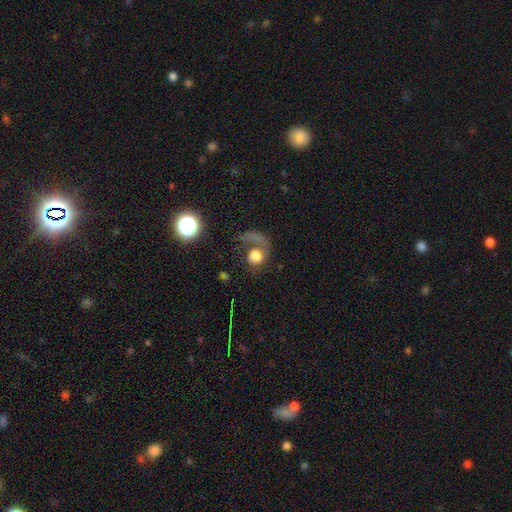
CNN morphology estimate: The model was most divided on "merging": major disturbance: 45%, none: 32%, minor disturbance: 13%, merger: 10%. More confident: how rounded — round (76%); smooth or featured — smooth (56%).